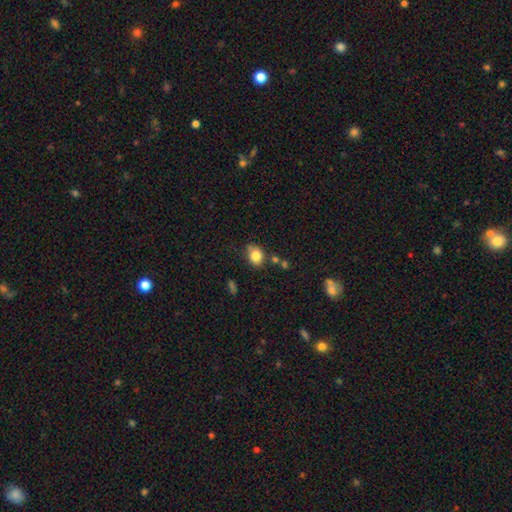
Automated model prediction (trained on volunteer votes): A smooth galaxy with no disk features (82%) that is in between round and cigar-shaped (50%). Merging: none (68%).